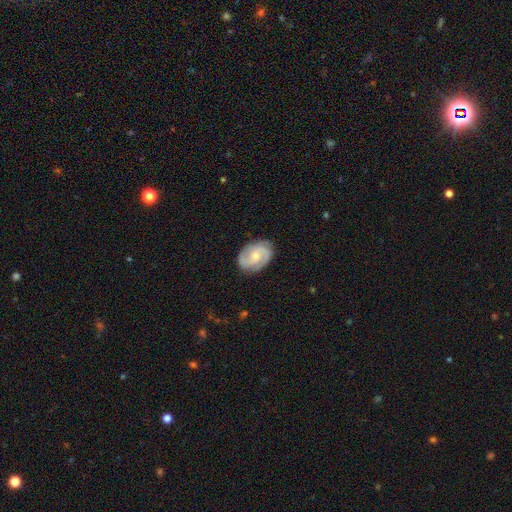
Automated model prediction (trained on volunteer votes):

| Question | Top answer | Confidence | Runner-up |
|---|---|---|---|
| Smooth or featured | featured or disk | 80% | smooth (15%) |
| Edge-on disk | no | 98% | yes (2%) |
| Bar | no | 58% | weak (36%) |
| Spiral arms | yes | 96% | no (4%) |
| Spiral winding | medium | 47% | tight (40%) |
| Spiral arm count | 2 | 69% | 3 (16%) |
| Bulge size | small | 54% | moderate (41%) |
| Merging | none | 83% | minor disturbance (13%) |